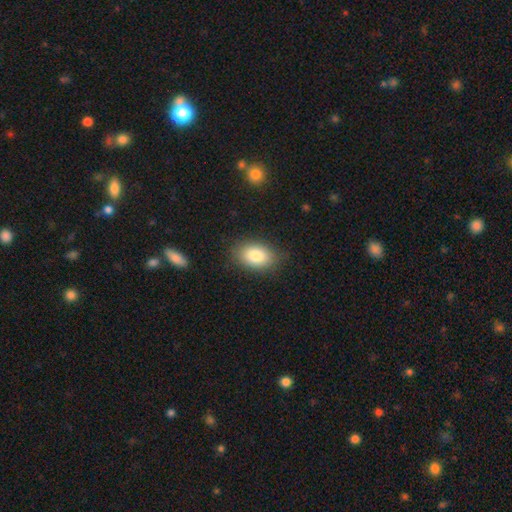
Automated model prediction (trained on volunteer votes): This is clearly a smooth galaxy (83%). How rounded: clearly in between (87%). Merging: clearly none (85%).